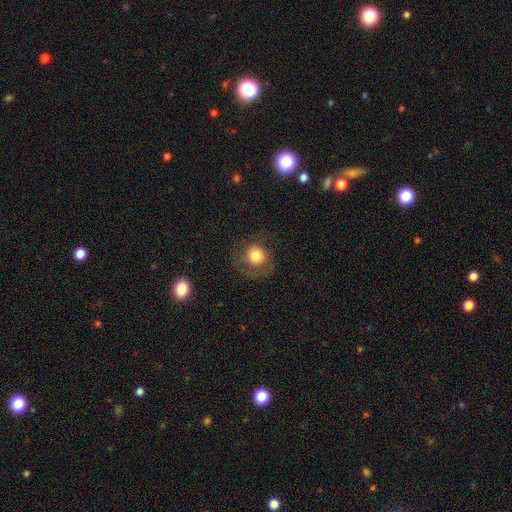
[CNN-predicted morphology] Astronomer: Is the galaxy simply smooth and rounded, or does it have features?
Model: smooth — 77%.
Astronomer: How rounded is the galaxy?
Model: round — 86%.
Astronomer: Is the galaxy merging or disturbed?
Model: none — 63%.